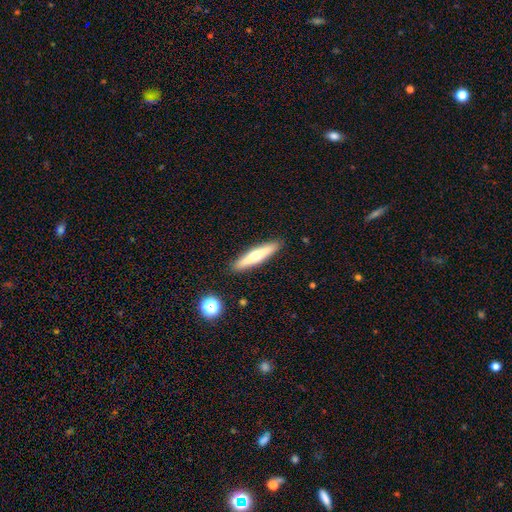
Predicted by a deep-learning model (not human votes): This appears to be a smooth galaxy with no disk features (48%). Merging: none (90%).